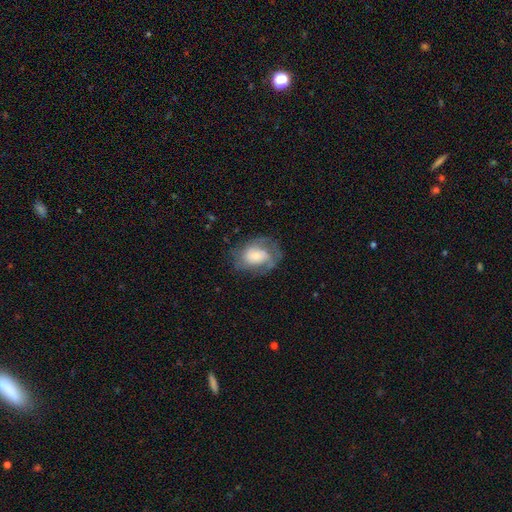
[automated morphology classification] Overall: featured or disk (63%; smooth 30%). Edge-on disk: no (97%). Bar: no (69%). Spiral arms: yes (84%). Spiral arm count: 2 (40%; can't tell 28%). Spiral winding: medium (44%; tight 35%). Bulge size: small (48%; moderate 33%). Merging: none (59%; minor disturbance 22%).